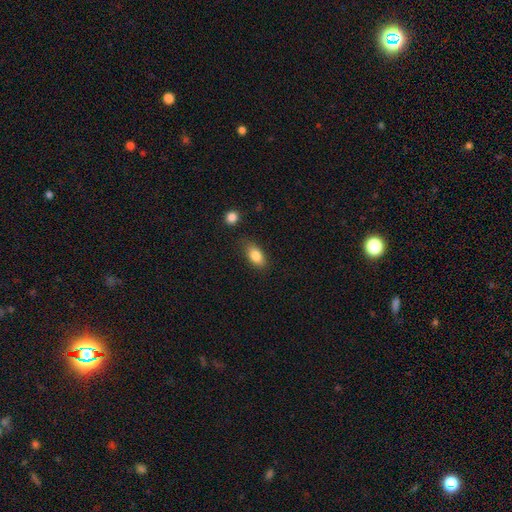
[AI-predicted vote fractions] Smooth or featured? Predicted: smooth (p=0.84). How rounded? Predicted: in between (p=0.88). Merging? Predicted: none (p=0.79).